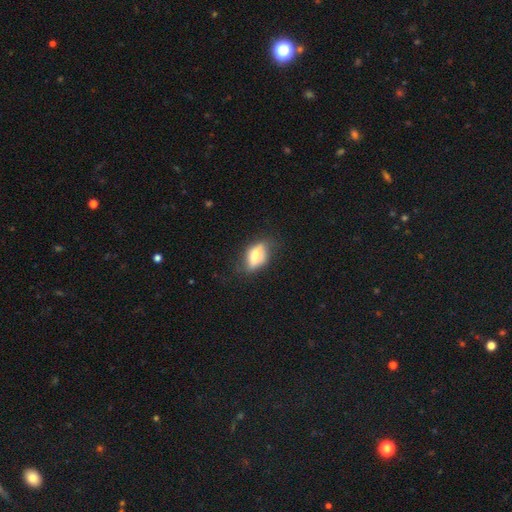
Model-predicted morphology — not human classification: Smooth or featured: smooth — 67% (featured or disk — 25%)
How rounded: in between — 86% (round — 7%)
Merging: none — 59% (minor disturbance — 29%)